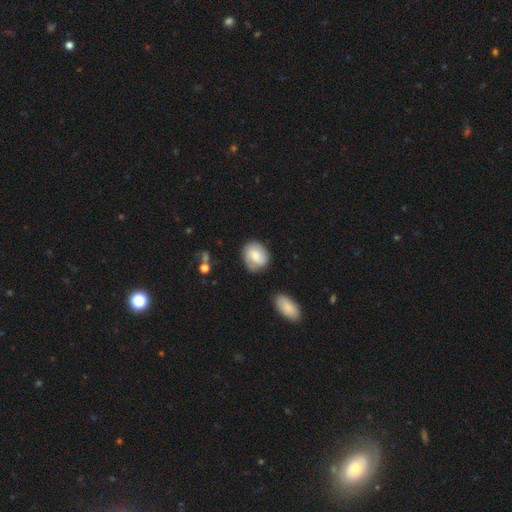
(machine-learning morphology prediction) This appears to be a smooth galaxy with no disk features (66%) that is round (58%). Merging: none (68%).